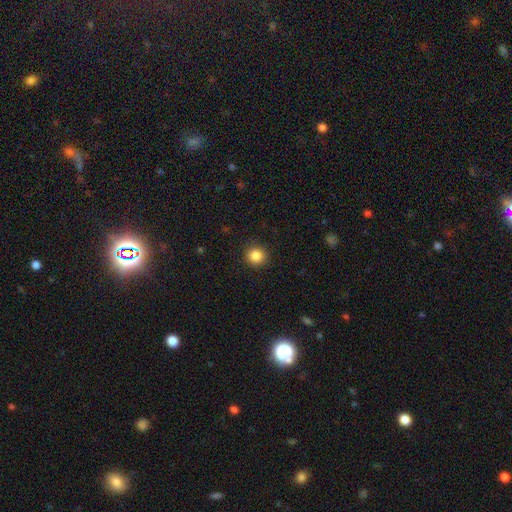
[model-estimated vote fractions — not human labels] Smooth or featured? Predicted: smooth (p=0.85). How rounded? Predicted: round (p=0.92). Merging? Predicted: none (p=0.91).